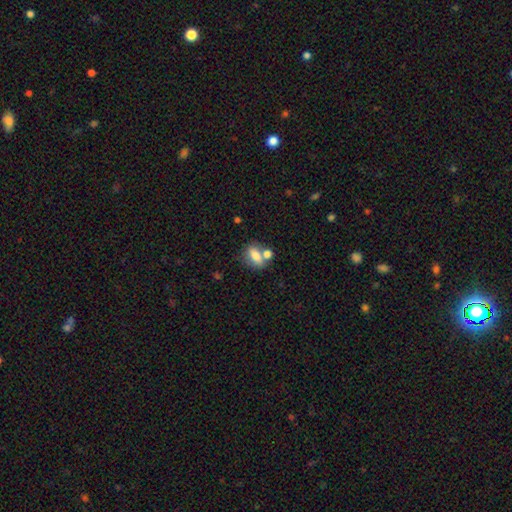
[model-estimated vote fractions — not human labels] A smooth galaxy with no disk features (74%) that is in between round and cigar-shaped (74%).

Vote fractions:
- Smooth or featured? smooth: 74% / featured or disk: 17% / star or artifact: 9%
- How rounded? in between: 74% / round: 20% / cigar-shaped: 6%
- Merging? none: 47% / merger: 34% / minor disturbance: 13% / major disturbance: 6%